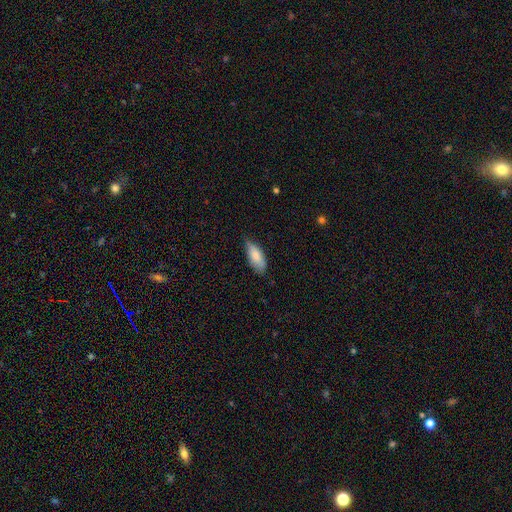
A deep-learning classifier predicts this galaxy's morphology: A smooth galaxy with no disk features (80%) that is in between round and cigar-shaped (80%). Merging: none (64%).